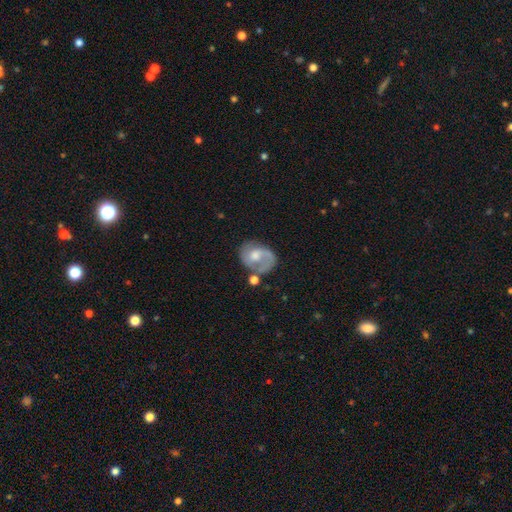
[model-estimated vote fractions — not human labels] Smooth or featured? featured or disk (66%)
Edge-on disk? no (97%)
Bar? no (57%)
Spiral arms? yes (81%)
Spiral winding? medium (46%)
Spiral arm count? 2 (64%)
Bulge size? moderate (62%)
Merging? none (48%)